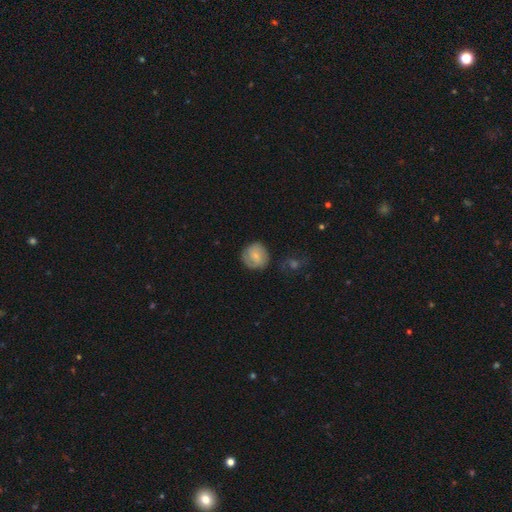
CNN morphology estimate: Q: Smooth or featured?
A: smooth (62%); runner-up: featured or disk (31%)
Q: How rounded?
A: round (85%); runner-up: in between (13%)
Q: Merging?
A: none (72%); runner-up: minor disturbance (20%)